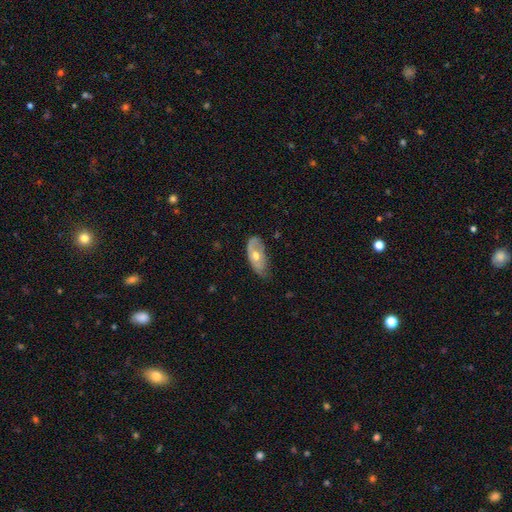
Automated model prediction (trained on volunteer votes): Q: Smooth or featured?
A: smooth (49%); runner-up: featured or disk (45%)
Q: Merging?
A: none (51%); runner-up: minor disturbance (37%)